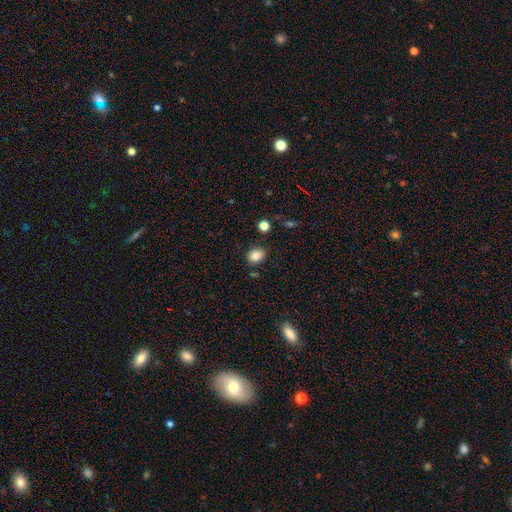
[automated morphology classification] smooth_or_featured: smooth (p=0.85) [alt: star or artifact p=0.10]
how_rounded: round (p=0.50) [alt: in between p=0.49]
merging: none (p=0.83) [alt: minor disturbance p=0.11]